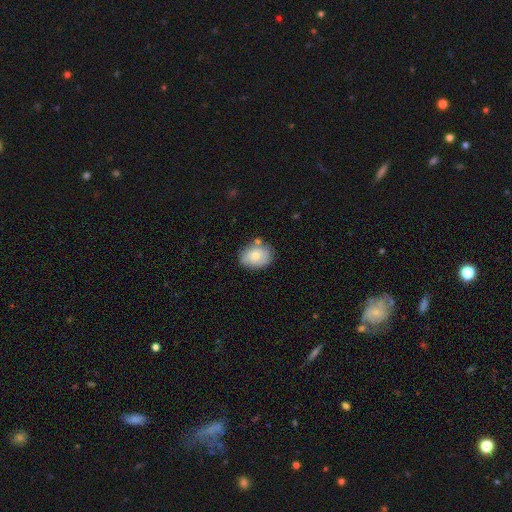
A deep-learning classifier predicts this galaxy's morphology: smooth 67%, featured or disk 25%, star or artifact 8%. Down the decision tree: how rounded — in between (65%); merging — none (69%).